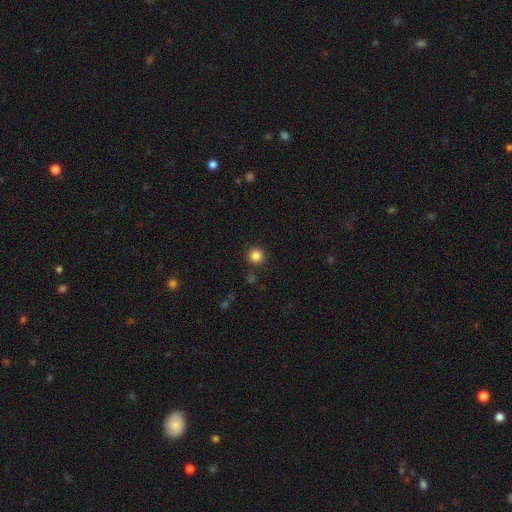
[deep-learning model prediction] Morphology: type=smooth (85%); roundness=round (95%); merging=none (90%).